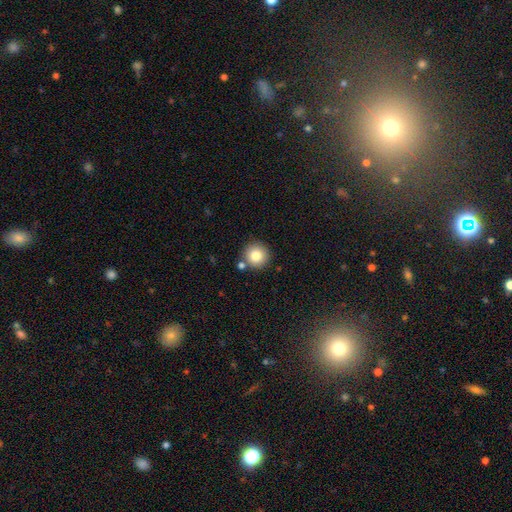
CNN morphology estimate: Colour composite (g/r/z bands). It shows a smooth galaxy with no disk features (82%) that is round (95%). Merging: none (81%).